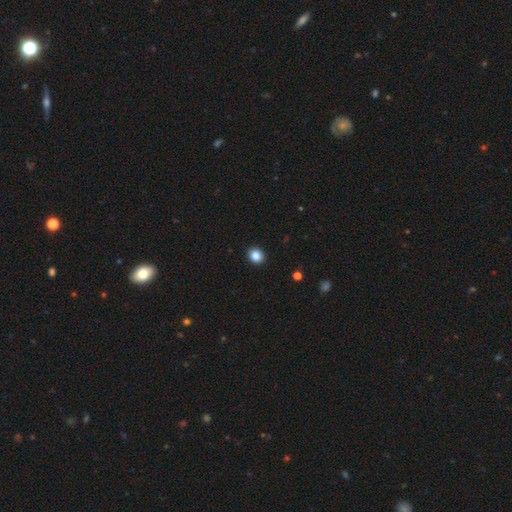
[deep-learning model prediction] Smooth or featured?
  - smooth: 86% *
  - star or artifact: 10%
  - featured or disk: 4%
How rounded?
  - round: 79% *
  - in between: 20%
  - cigar-shaped: 1%
Merging?
  - none: 93% *
  - minor disturbance: 5%
  - major disturbance: 2%
  - merger: 1%